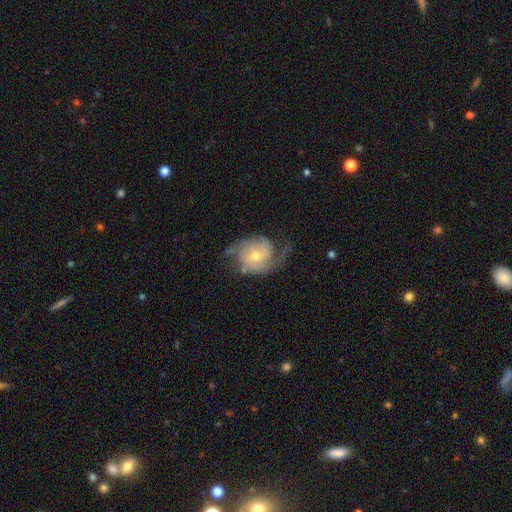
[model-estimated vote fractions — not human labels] A featured or disk galaxy (82%) with no bar (72%), 2 (85%) medium (43%) spiral arms (94%) and a moderate central bulge (56%).

Vote fractions:
- Smooth or featured? featured or disk: 82% / smooth: 12% / star or artifact: 6%
- Edge-on disk? no: 97% / yes: 3%
- Bar? no: 72% / weak: 23% / strong: 5%
- Spiral arms? yes: 94% / no: 6%
- Spiral winding? medium: 43% / loose: 33% / tight: 23%
- Spiral arm count? 2: 85% / can't tell: 6% / 3: 3% / 1: 3% / 4: 1% / more than 4: 1%
- Bulge size? moderate: 56% / small: 39% / large: 3% / none: 1% / dominant: 1%
- Merging? none: 61% / minor disturbance: 22% / major disturbance: 16% / merger: 2%